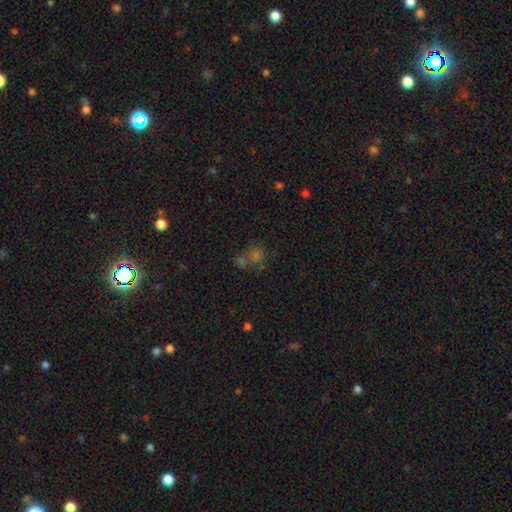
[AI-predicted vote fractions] Smooth or featured?
  - smooth: 53% *
  - star or artifact: 35%
  - featured or disk: 12%
How rounded?
  - round: 81% *
  - in between: 18%
  - cigar-shaped: 1%
Merging?
  - none: 55% *
  - merger: 29%
  - minor disturbance: 10%
  - major disturbance: 6%